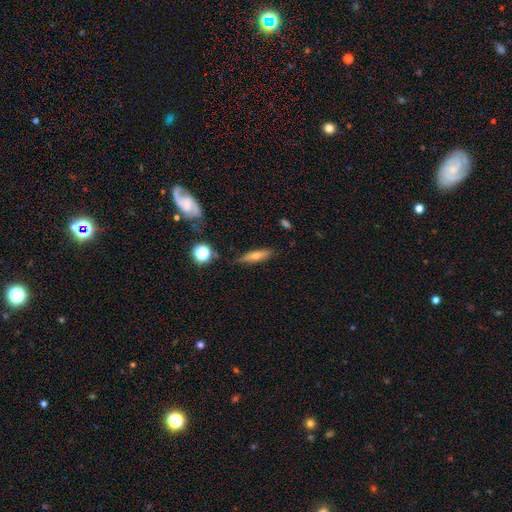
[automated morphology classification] Smooth or featured? smooth (55%)
How rounded? cigar-shaped (72%)
Merging? none (77%)